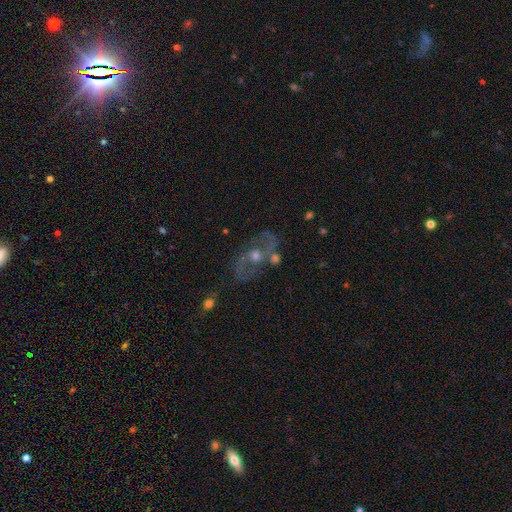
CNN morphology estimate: Overall: featured or disk (77%). Edge-on disk: no (95%). Bar: no (63%; weak 29%). Spiral arms: yes (83%). Spiral arm count: 2 (85%). Spiral winding: medium (44%; loose 42%). Bulge size: moderate (63%; small 27%). Merging: none (59%).